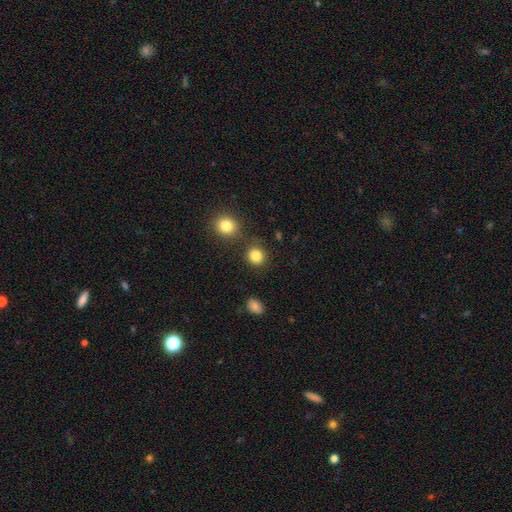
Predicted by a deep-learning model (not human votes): This appears to be a smooth galaxy with no disk features (84%) that is round (84%). Merging: none (81%).